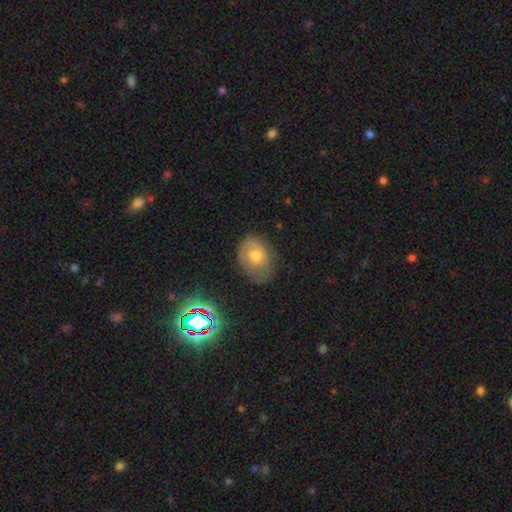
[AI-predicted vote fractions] Morphology: type=smooth (53%); roundness=in between (69%); merging=none (63%).